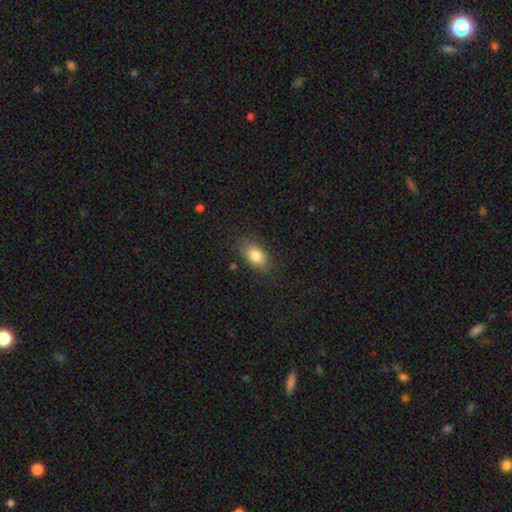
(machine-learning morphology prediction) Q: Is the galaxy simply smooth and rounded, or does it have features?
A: smooth — 82%.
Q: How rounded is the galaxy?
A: in between — 85%.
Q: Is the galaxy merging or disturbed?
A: none — 80%.